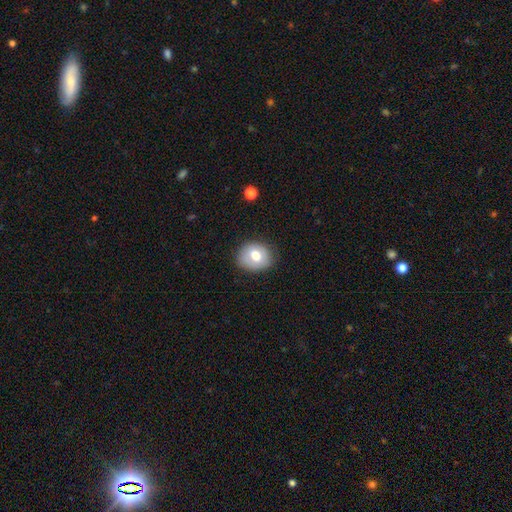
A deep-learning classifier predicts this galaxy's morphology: Smooth or featured?
  - smooth: 70% *
  - featured or disk: 22%
  - star or artifact: 8%
How rounded?
  - round: 57% *
  - in between: 43%
  - cigar-shaped: 1%
Merging?
  - none: 78% *
  - minor disturbance: 17%
  - major disturbance: 4%
  - merger: 1%